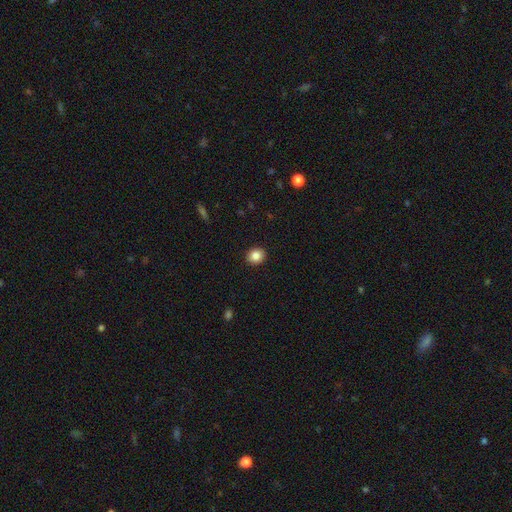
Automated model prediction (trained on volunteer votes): Smooth or featured? smooth (85%)
How rounded? round (70%)
Merging? none (91%)